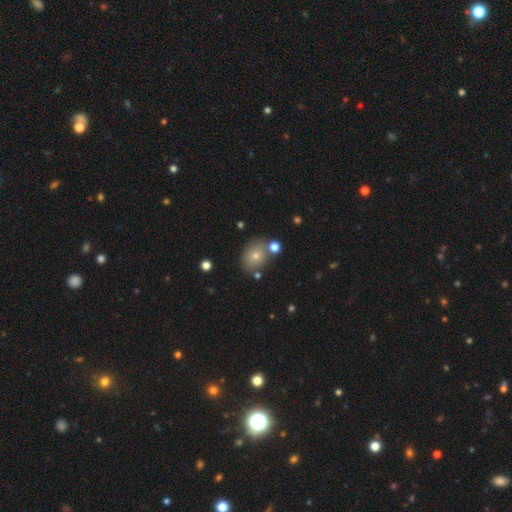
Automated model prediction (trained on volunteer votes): Morphology: type=smooth (74%); roundness=in between (53%); merging=none (72%).